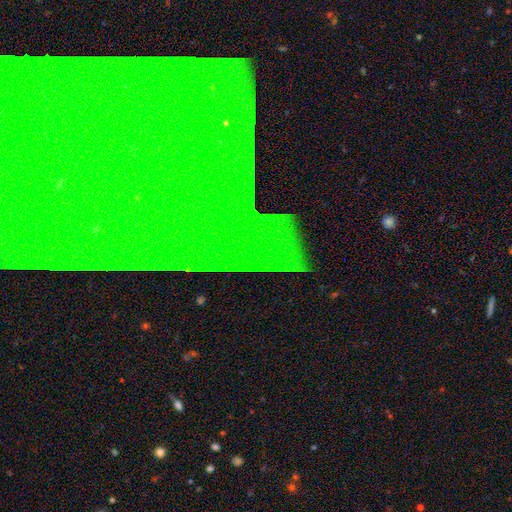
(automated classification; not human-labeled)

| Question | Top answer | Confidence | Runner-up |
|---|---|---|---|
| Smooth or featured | star or artifact | 81% | featured or disk (11%) |